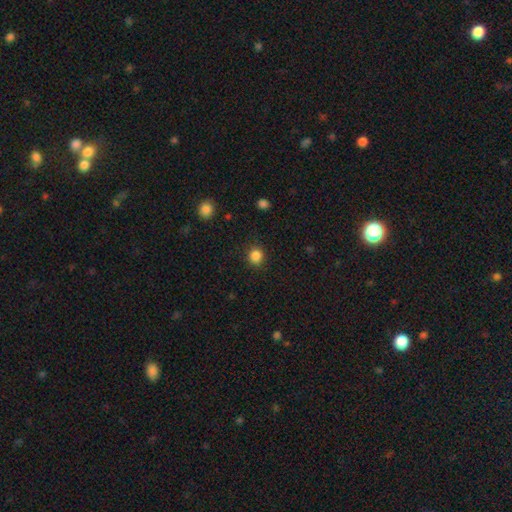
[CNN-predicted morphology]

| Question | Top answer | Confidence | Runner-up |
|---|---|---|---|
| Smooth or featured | smooth | 86% | star or artifact (11%) |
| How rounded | round | 87% | in between (13%) |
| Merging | none | 89% | minor disturbance (7%) |